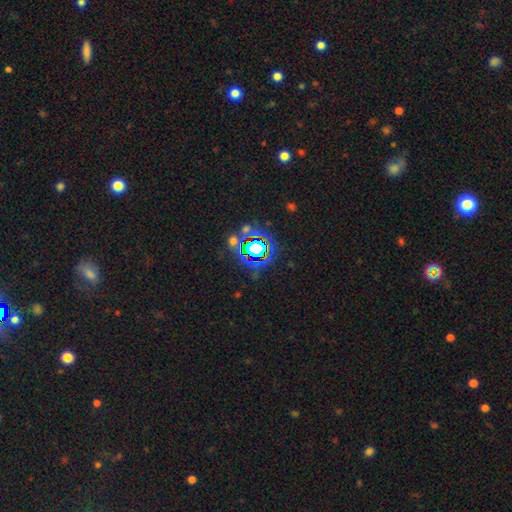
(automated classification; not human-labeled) Smooth or featured?
  - star or artifact: 75% *
  - smooth: 16%
  - featured or disk: 9%